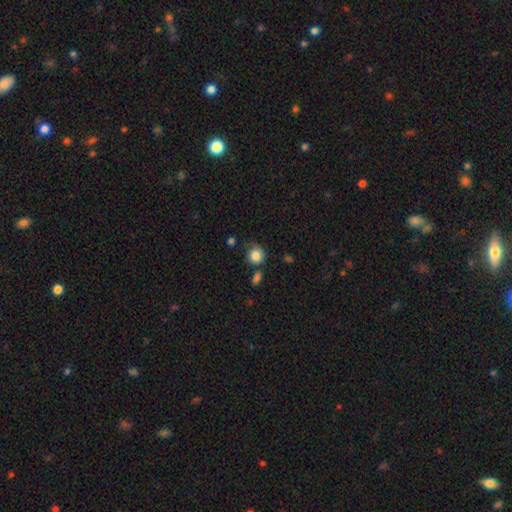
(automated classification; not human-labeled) Q: Smooth or featured?
A: smooth (84%); runner-up: star or artifact (9%)
Q: How rounded?
A: round (82%); runner-up: in between (17%)
Q: Merging?
A: none (58%); runner-up: minor disturbance (26%)